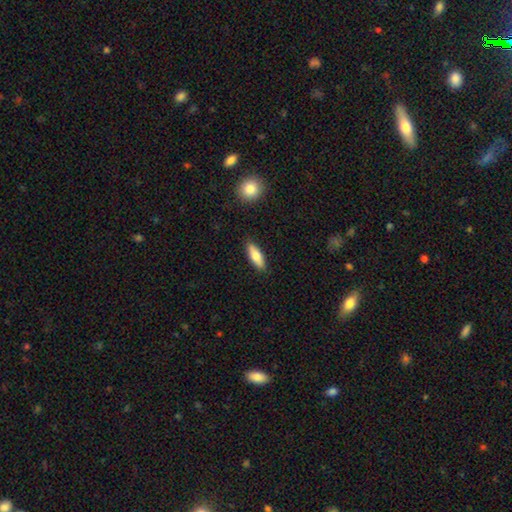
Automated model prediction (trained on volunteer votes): smooth_or_featured: smooth (p=0.76) [alt: featured or disk p=0.18]
how_rounded: in between (p=0.65) [alt: cigar-shaped p=0.33]
merging: none (p=0.88) [alt: minor disturbance p=0.09]